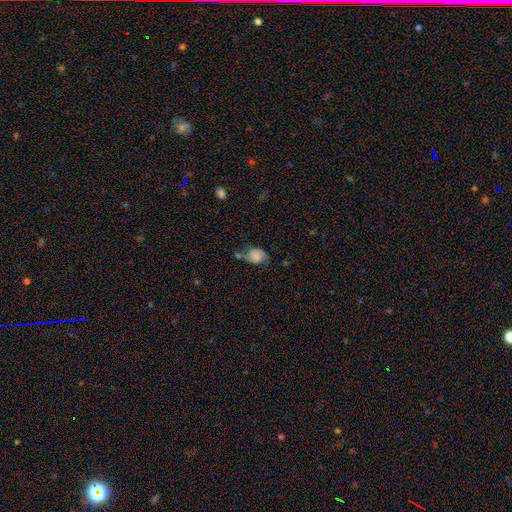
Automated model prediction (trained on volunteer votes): Smooth or featured? Predicted: smooth (p=0.60). How rounded? Predicted: in between (p=0.70). Merging? Predicted: none (p=0.39).